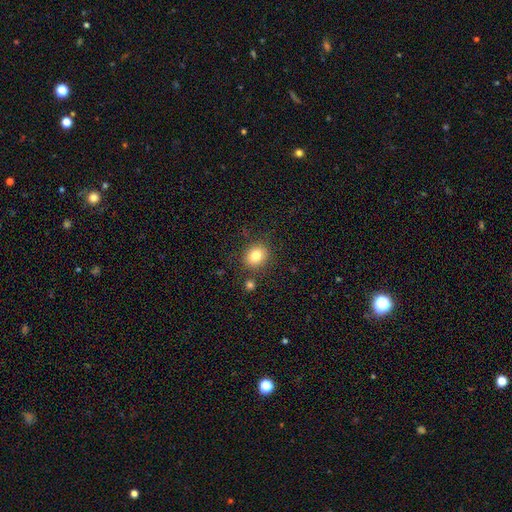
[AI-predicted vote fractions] The model was most divided on "how rounded": round: 68%, in between: 31%, cigar-shaped: 1%. More confident: smooth or featured — smooth (81%); merging — none (81%).